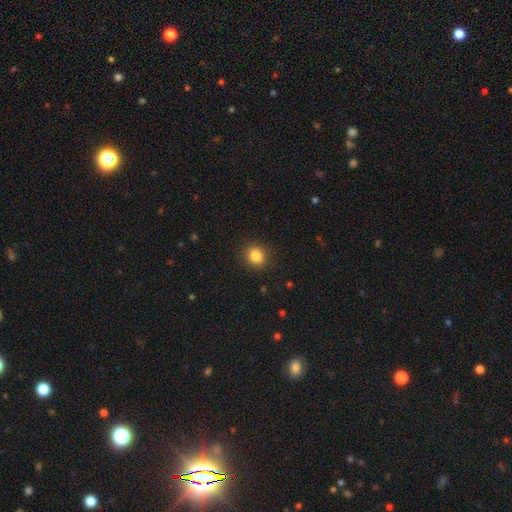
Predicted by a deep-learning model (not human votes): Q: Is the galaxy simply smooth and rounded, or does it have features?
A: smooth — 85%.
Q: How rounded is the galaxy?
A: round — 82%.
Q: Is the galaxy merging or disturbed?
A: none — 89%.